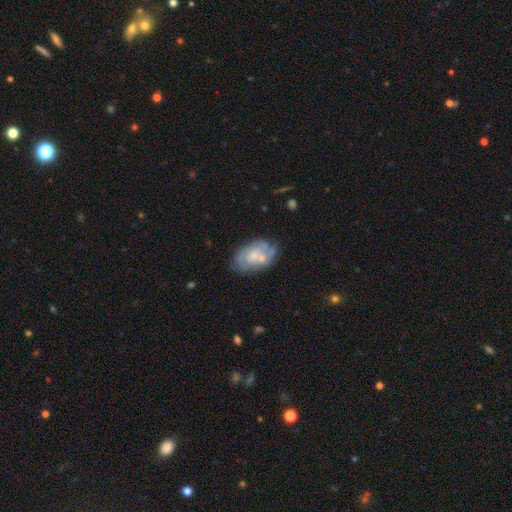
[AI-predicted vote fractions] Q: Smooth or featured?
A: featured or disk (60%); runner-up: smooth (33%)
Q: Edge-on disk?
A: no (96%); runner-up: yes (4%)
Q: Bar?
A: no (78%); runner-up: weak (19%)
Q: Spiral arms?
A: yes (60%); runner-up: no (40%)
Q: Bulge size?
A: small (54%); runner-up: moderate (33%)
Q: Merging?
A: none (52%); runner-up: minor disturbance (24%)